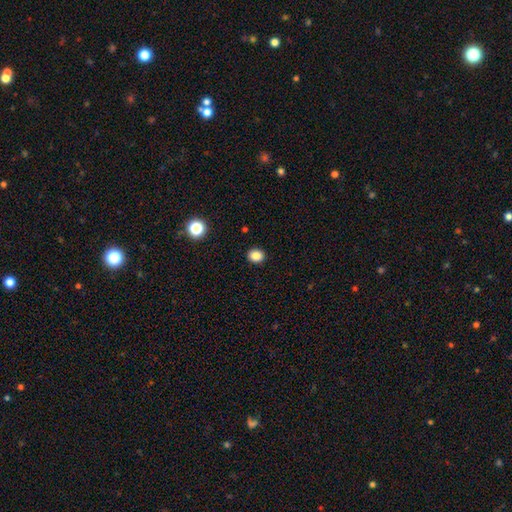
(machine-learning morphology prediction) type=smooth (86%); roundness=round (63%); merging=none (91%).